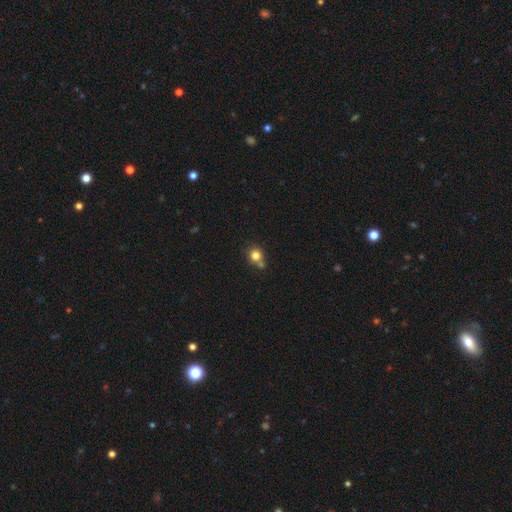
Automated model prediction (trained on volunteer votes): This is clearly a smooth galaxy (80%). How rounded: clearly round (86%). Merging: possibly none (58%).